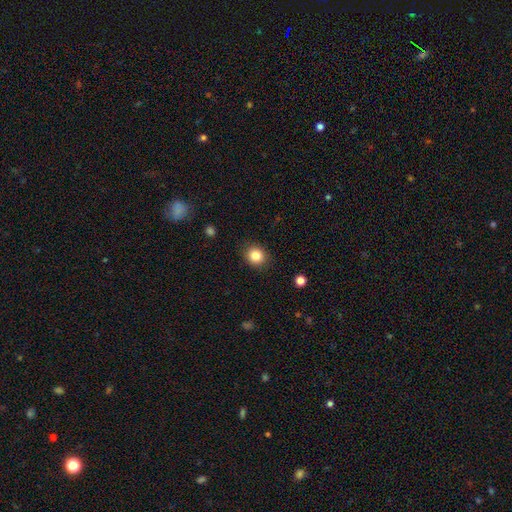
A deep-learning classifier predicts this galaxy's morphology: Q: Smooth or featured?
A: smooth (84%); runner-up: star or artifact (10%)
Q: How rounded?
A: round (79%); runner-up: in between (20%)
Q: Merging?
A: none (88%); runner-up: minor disturbance (8%)